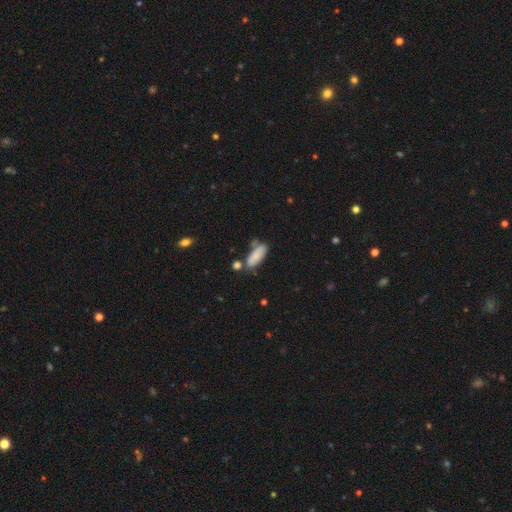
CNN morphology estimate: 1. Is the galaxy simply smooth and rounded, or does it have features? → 78% smooth, 15% featured or disk, 7% star or artifact.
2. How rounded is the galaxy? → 74% in between, 24% cigar-shaped, 2% round.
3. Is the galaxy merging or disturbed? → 53% none, 22% minor disturbance, 18% merger, 7% major disturbance.